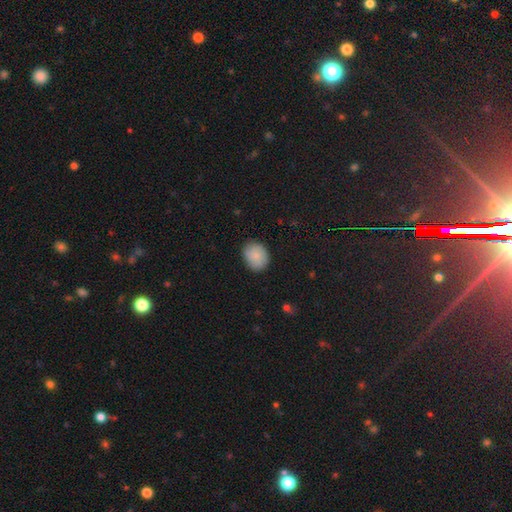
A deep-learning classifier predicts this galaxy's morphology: Smooth or featured? smooth (85%)
How rounded? round (50%)
Merging? none (83%)